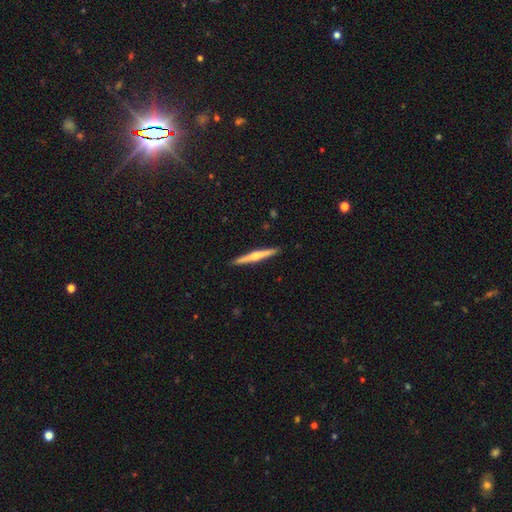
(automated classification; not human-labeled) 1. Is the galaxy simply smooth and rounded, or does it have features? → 68% featured or disk, 26% smooth, 6% star or artifact.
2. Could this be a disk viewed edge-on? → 98% yes, 2% no.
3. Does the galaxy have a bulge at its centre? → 84% rounded, 10% none, 6% boxy.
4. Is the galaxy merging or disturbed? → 92% none, 6% minor disturbance, 1% major disturbance, 1% merger.